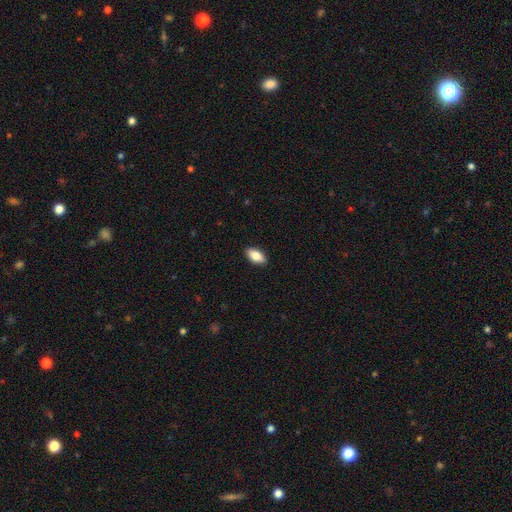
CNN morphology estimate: The model was most divided on "smooth or featured": smooth: 85%, featured or disk: 8%, star or artifact: 7%. More confident: how rounded — in between (91%); merging — none (90%).